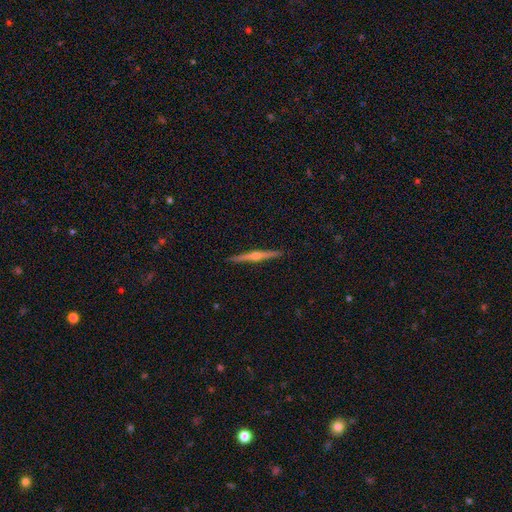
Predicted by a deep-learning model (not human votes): Smooth or featured: featured or disk — 81% (smooth — 13%)
Edge-on disk: yes — 99% (no — 1%)
Edge-on bulge: rounded — 91% (none — 5%)
Merging: none — 93% (minor disturbance — 5%)